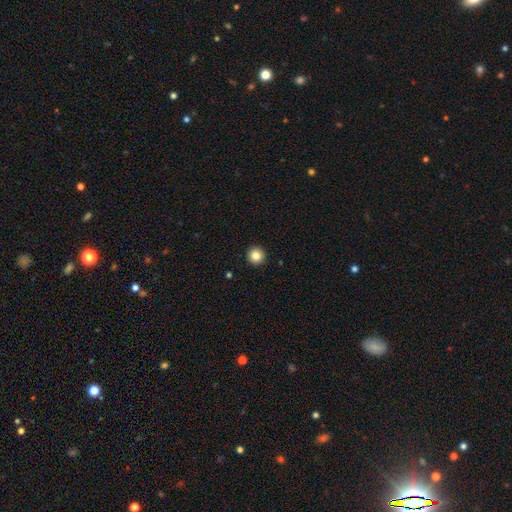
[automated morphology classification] Smooth or featured? smooth (85%)
How rounded? round (96%)
Merging? none (94%)